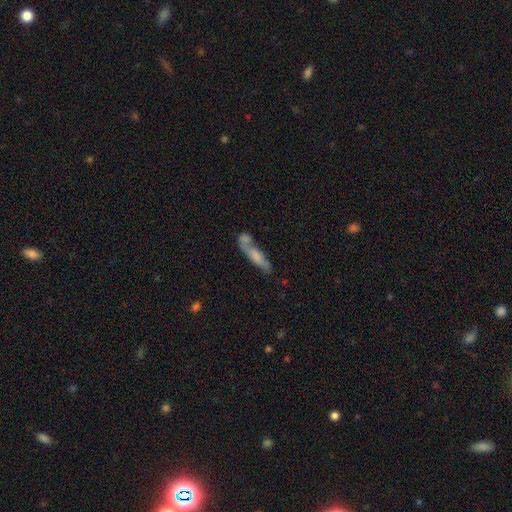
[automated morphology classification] The model was most divided on "merging": merger: 39%, none: 36%, minor disturbance: 16%, major disturbance: 10%. More confident: how rounded — cigar-shaped (74%); smooth or featured — smooth (60%).